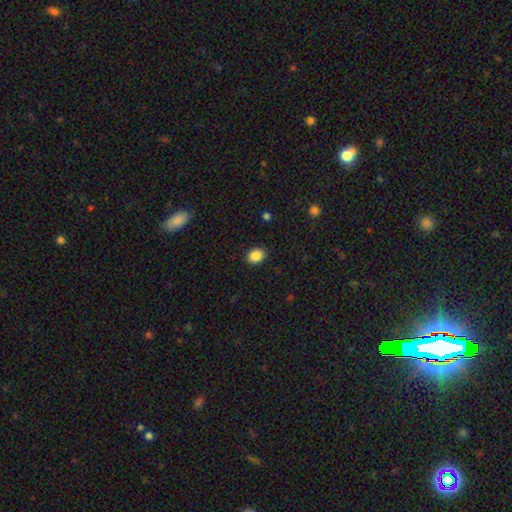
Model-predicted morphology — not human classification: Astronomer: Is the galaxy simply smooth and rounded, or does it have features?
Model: smooth — 87%.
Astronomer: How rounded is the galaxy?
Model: in between — 58% (runner-up: round, 41%).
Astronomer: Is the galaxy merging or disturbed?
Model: none — 90%.